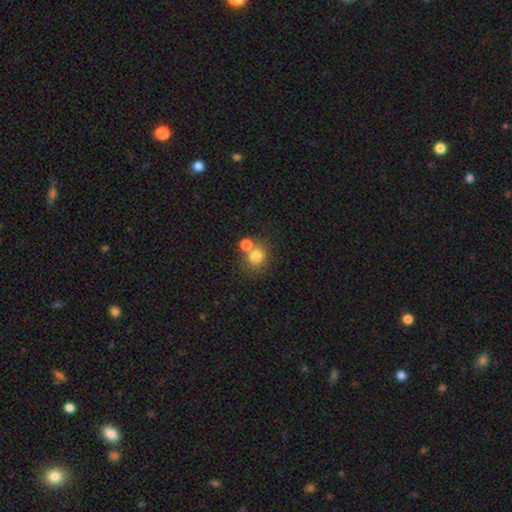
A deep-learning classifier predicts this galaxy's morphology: smooth-or-featured: smooth: 78% | star or artifact: 13% | featured or disk: 10%
  how-rounded: round: 81% | in between: 18% | cigar-shaped: 1%
  merging: none: 52% | merger: 36% | minor disturbance: 8% | major disturbance: 4%